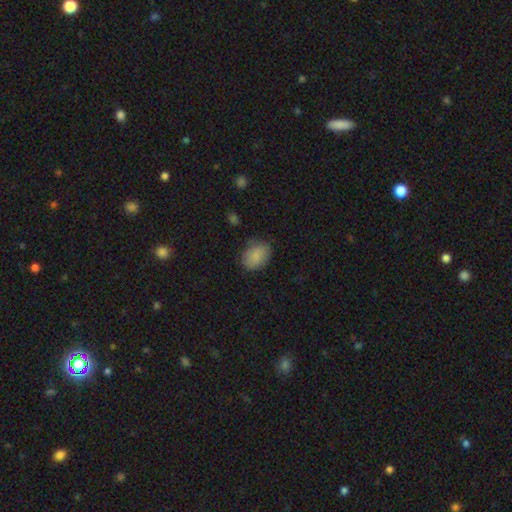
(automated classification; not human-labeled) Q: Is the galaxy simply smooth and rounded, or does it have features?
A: smooth — 85%.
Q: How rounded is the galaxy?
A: in between — 71%.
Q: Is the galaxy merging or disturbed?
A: none — 74%.